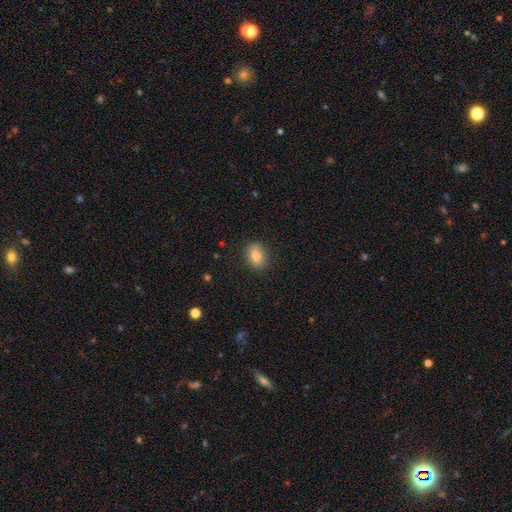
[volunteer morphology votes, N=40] This is clearly a smooth galaxy (80%). How rounded: likely in between (78%). Merging: likely none (66%).